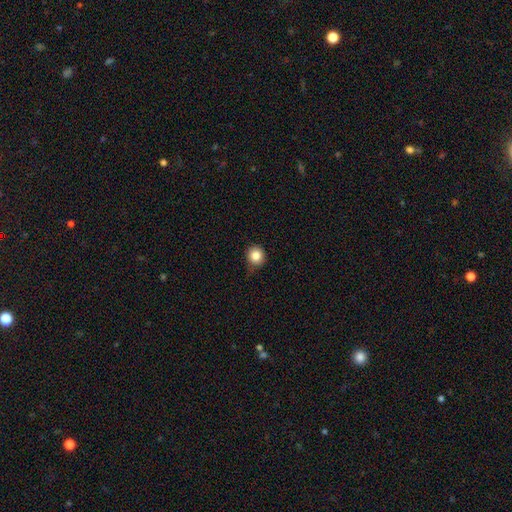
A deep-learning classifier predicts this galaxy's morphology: smooth 84%, star or artifact 11%, featured or disk 5%. Down the decision tree: how rounded — round (91%); merging — none (73%).